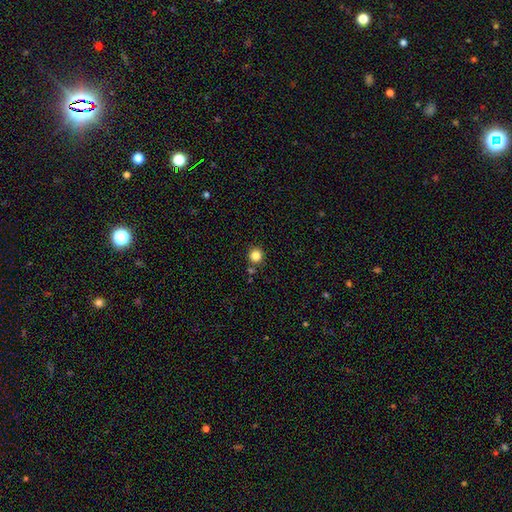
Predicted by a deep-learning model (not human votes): A smooth galaxy with no disk features (83%) that is round (92%).

Vote fractions:
- Smooth or featured? smooth: 83% / star or artifact: 12% / featured or disk: 5%
- How rounded? round: 92% / in between: 7% / cigar-shaped: 1%
- Merging? none: 83% / minor disturbance: 8% / merger: 7% / major disturbance: 2%